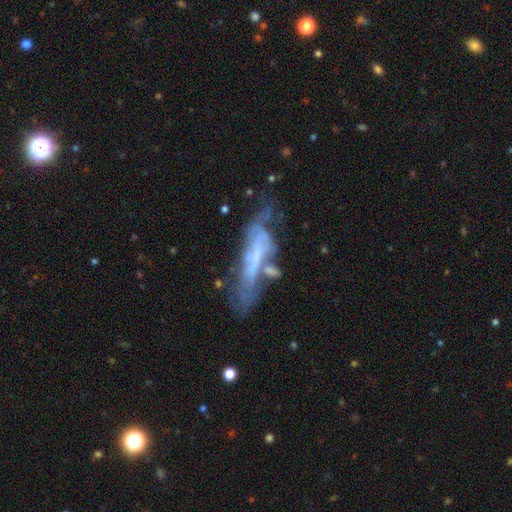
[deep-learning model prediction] Smooth or featured?
  - featured or disk: 58% *
  - smooth: 32%
  - star or artifact: 10%
Edge-on disk?
  - no: 59% *
  - yes: 41%
Merging?
  - none: 32% *
  - major disturbance: 28%
  - minor disturbance: 24%
  - merger: 16%